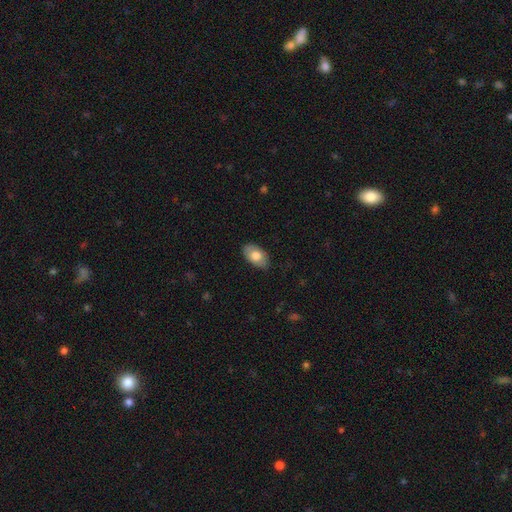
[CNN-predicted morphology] A smooth galaxy with no disk features (76%) that is in between round and cigar-shaped (93%).

Vote fractions:
- Smooth or featured? smooth: 76% / featured or disk: 18% / star or artifact: 6%
- How rounded? in between: 93% / round: 5% / cigar-shaped: 1%
- Merging? none: 84% / minor disturbance: 13% / major disturbance: 2% / merger: 1%